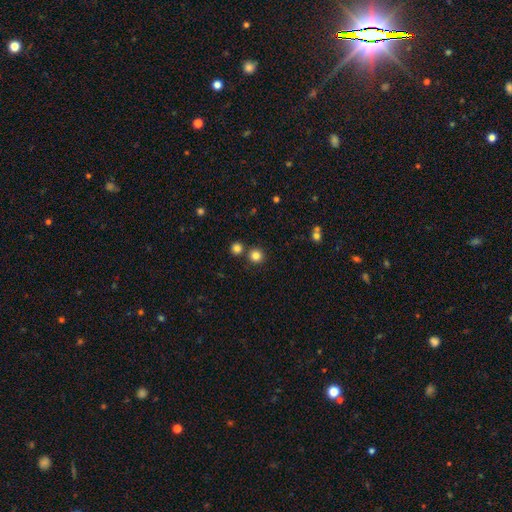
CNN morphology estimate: Smooth or featured: smooth — 83% (star or artifact — 13%)
How rounded: round — 94% (in between — 5%)
Merging: none — 81% (merger — 11%)